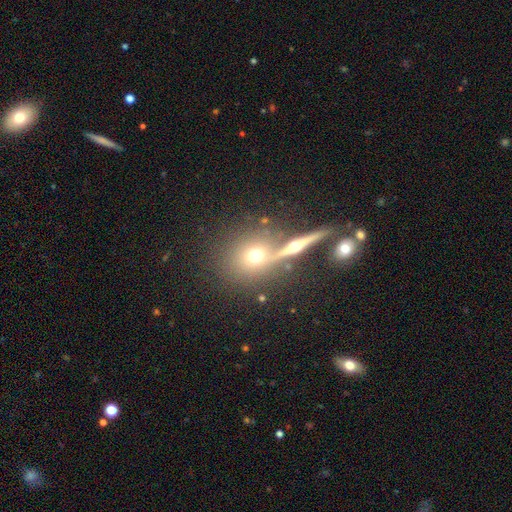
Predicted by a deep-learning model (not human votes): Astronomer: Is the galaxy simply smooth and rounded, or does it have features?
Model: smooth — 59%.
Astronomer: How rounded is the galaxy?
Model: round — 78%.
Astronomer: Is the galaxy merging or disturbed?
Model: none — 61%.